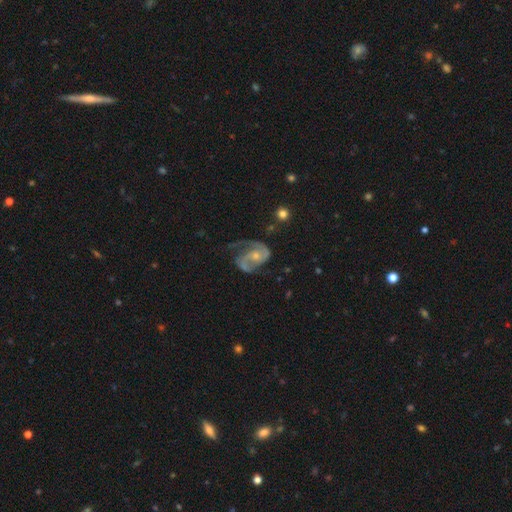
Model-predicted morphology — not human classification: A featured or disk galaxy (87%) with no bar (64%), 2 (81%) medium (52%) spiral arms (96%) and a small central bulge (51%).

Vote fractions:
- Smooth or featured? featured or disk: 87% / smooth: 8% / star or artifact: 5%
- Edge-on disk? no: 98% / yes: 2%
- Bar? no: 64% / weak: 29% / strong: 6%
- Spiral arms? yes: 96% / no: 4%
- Spiral winding? medium: 52% / loose: 24% / tight: 24%
- Spiral arm count? 2: 81% / 1: 9% / can't tell: 4% / 3: 3% / 4: 1% / more than 4: 1%
- Bulge size? small: 51% / moderate: 42% / none: 4% / large: 2% / dominant: 1%
- Merging? none: 45% / major disturbance: 28% / minor disturbance: 24% / merger: 3%